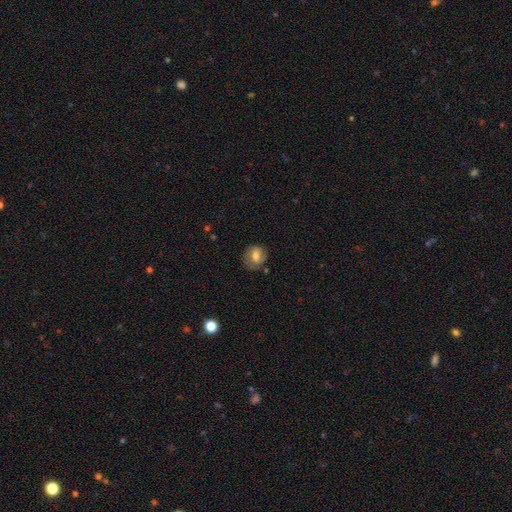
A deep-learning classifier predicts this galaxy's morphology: Smooth or featured? Predicted: smooth (p=0.59). How rounded? Predicted: round (p=0.59). Merging? Predicted: none (p=0.68).